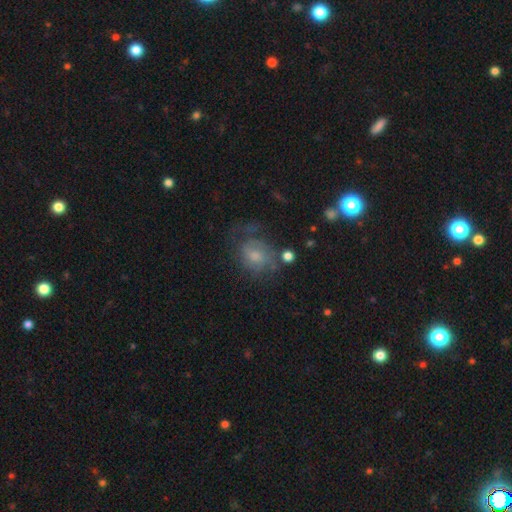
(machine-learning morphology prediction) featured or disk 52%, smooth 36%, star or artifact 11%. Down the decision tree: edge-on disk — no (97%); bar — no (65%); spiral arms — yes (75%); bulge size — moderate (43%); merging — none (46%).